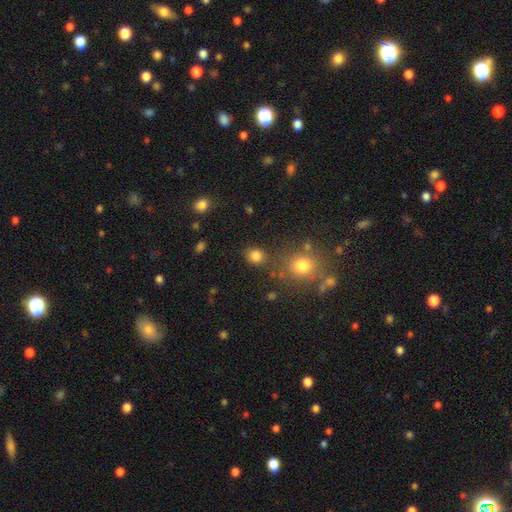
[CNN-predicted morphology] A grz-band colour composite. It shows a smooth galaxy with no disk features (81%) that is round (67%). Merging: none (77%).